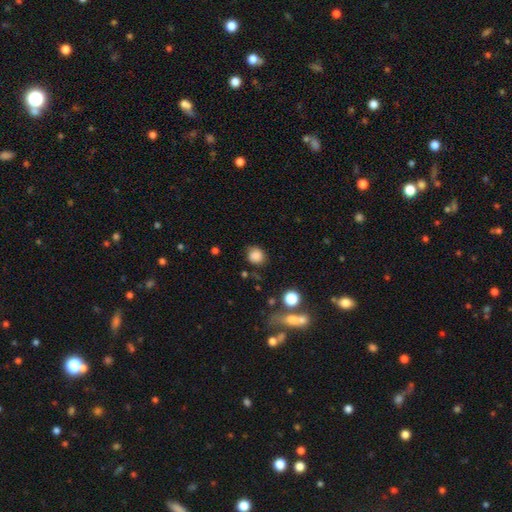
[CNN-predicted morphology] The model was most divided on "merging": none: 70%, minor disturbance: 20%, major disturbance: 6%, merger: 3%. More confident: smooth or featured — smooth (84%); how rounded — round (75%).